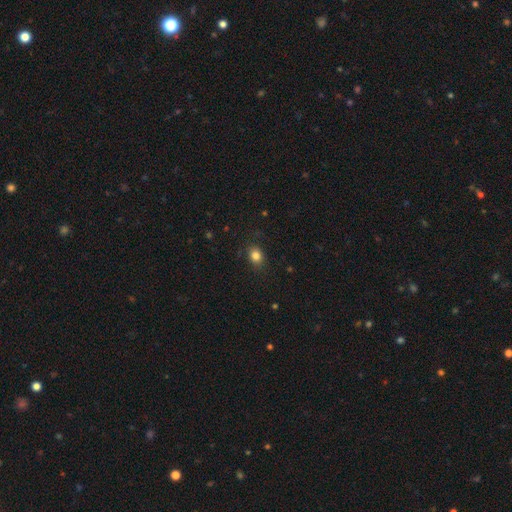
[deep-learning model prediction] Smooth or featured? smooth (83%)
How rounded? in between (50%)
Merging? none (83%)